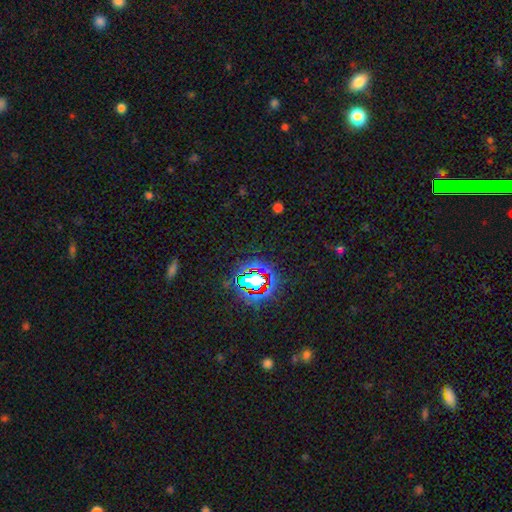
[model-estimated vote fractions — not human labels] Smooth or featured? Predicted: star or artifact (p=0.79).